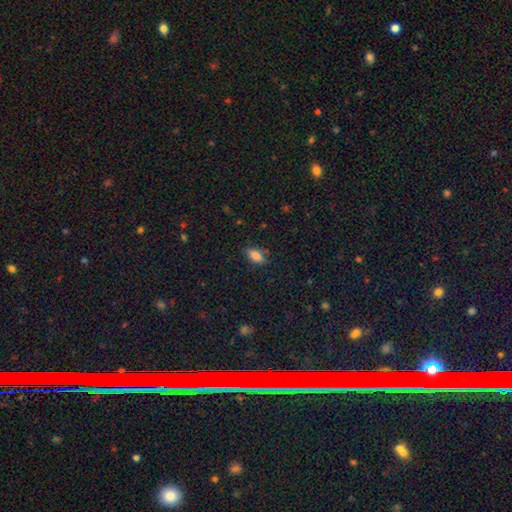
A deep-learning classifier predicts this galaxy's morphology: The model was most divided on "merging": none: 80%, minor disturbance: 15%, major disturbance: 3%, merger: 2%. More confident: how rounded — in between (87%); smooth or featured — smooth (84%).